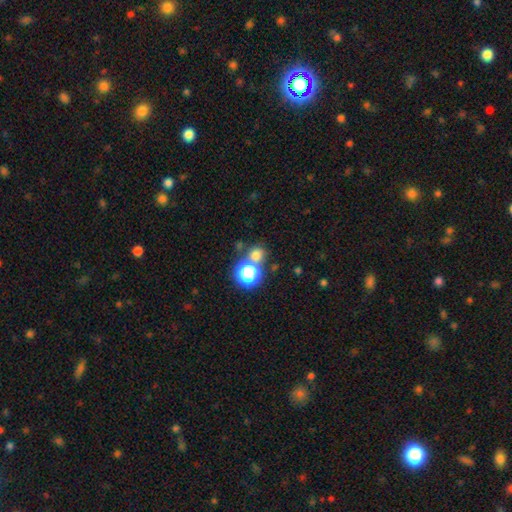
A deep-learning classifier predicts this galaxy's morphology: Overall: smooth (68%). How rounded: round (84%). Merging: none (65%).